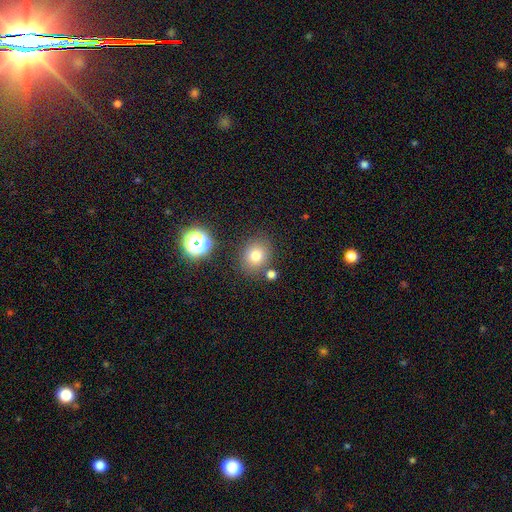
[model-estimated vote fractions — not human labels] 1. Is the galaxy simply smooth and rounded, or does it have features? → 76% smooth, 15% star or artifact, 9% featured or disk.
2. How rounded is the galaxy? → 70% round, 29% in between, 1% cigar-shaped.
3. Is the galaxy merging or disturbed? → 79% none, 10% minor disturbance, 7% merger, 4% major disturbance.